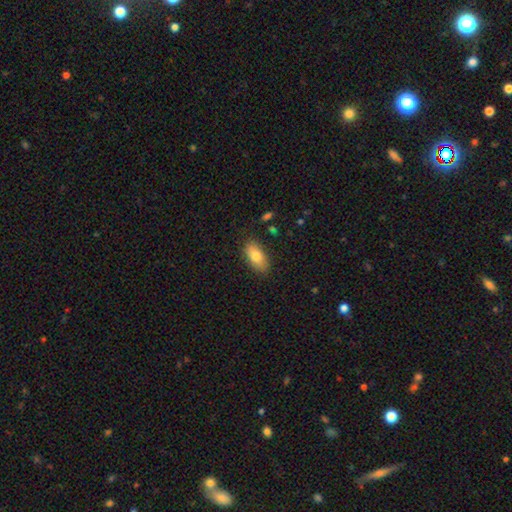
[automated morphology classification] Q: Smooth or featured?
A: smooth (79%); runner-up: featured or disk (13%)
Q: How rounded?
A: in between (89%); runner-up: cigar-shaped (8%)
Q: Merging?
A: none (83%); runner-up: minor disturbance (13%)